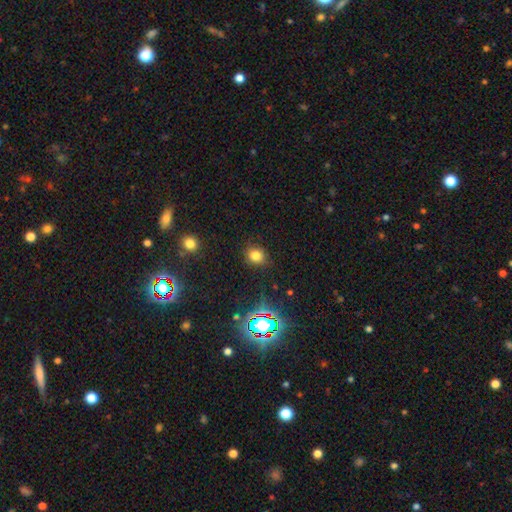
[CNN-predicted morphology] Q: Smooth or featured?
A: smooth (76%); runner-up: star or artifact (18%)
Q: How rounded?
A: round (70%); runner-up: in between (29%)
Q: Merging?
A: none (83%); runner-up: minor disturbance (12%)